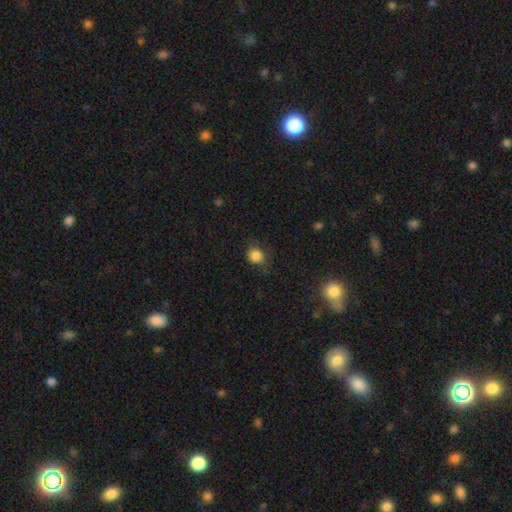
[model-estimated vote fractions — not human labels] Q: Smooth or featured?
A: smooth (84%); runner-up: star or artifact (11%)
Q: How rounded?
A: round (74%); runner-up: in between (25%)
Q: Merging?
A: none (67%); runner-up: minor disturbance (23%)